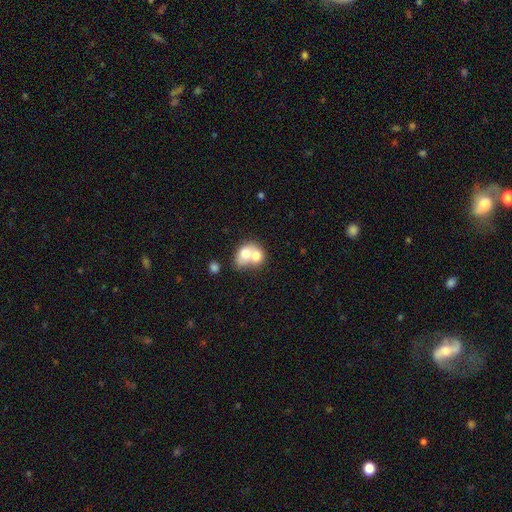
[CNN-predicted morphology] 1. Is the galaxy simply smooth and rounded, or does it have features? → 67% smooth, 25% featured or disk, 8% star or artifact.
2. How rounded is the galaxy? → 54% in between, 45% round, 1% cigar-shaped.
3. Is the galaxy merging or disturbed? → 74% merger, 16% none, 6% minor disturbance, 4% major disturbance.